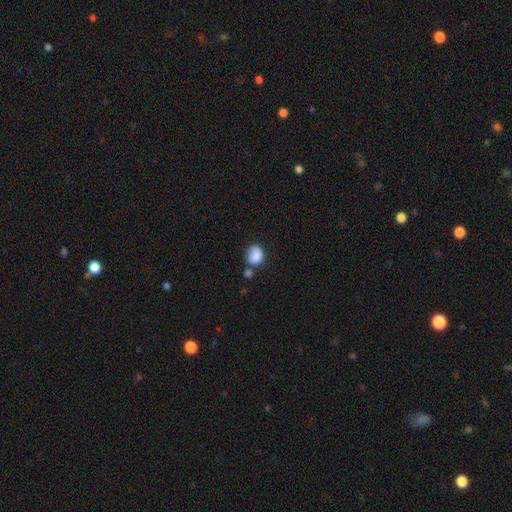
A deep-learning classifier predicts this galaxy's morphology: Smooth or featured?
  - smooth: 86% *
  - star or artifact: 8%
  - featured or disk: 6%
How rounded?
  - in between: 56% *
  - round: 43%
  - cigar-shaped: 1%
Merging?
  - none: 50% *
  - merger: 22%
  - minor disturbance: 21%
  - major disturbance: 7%